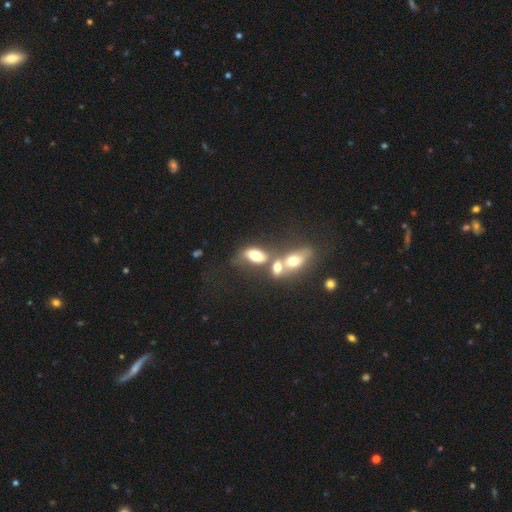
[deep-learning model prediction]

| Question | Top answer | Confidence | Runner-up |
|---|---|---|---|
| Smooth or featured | smooth | 66% | featured or disk (23%) |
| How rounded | in between | 85% | round (10%) |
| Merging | merger | 53% | none (26%) |